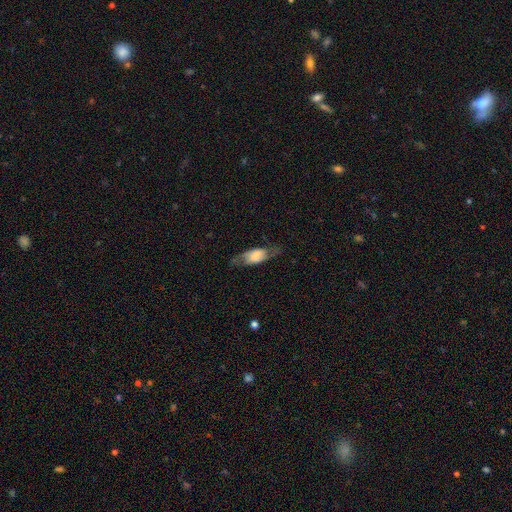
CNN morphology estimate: This appears to be a smooth galaxy with no disk features (47%). Merging: none (67%).